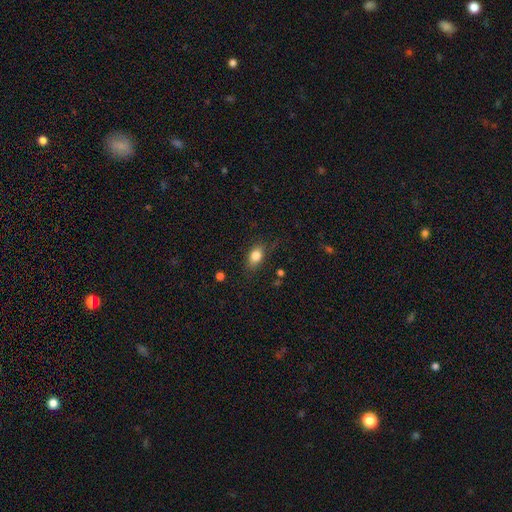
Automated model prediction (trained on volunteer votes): Smooth or featured? Predicted: smooth (p=0.82). How rounded? Predicted: in between (p=0.79). Merging? Predicted: none (p=0.77).